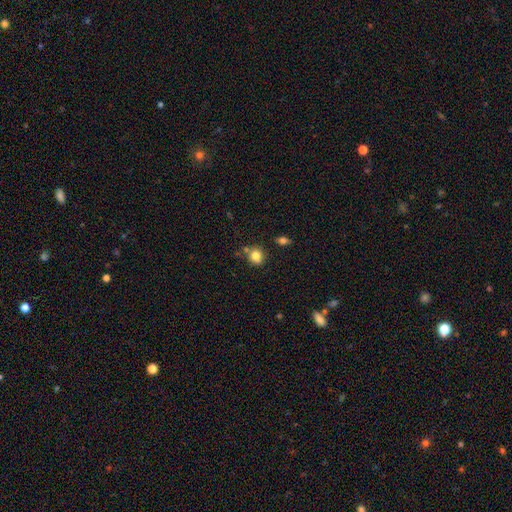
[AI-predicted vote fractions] smooth_or_featured: smooth (p=0.82) [alt: star or artifact p=0.11]
how_rounded: round (p=0.79) [alt: in between p=0.20]
merging: none (p=0.73) [alt: minor disturbance p=0.13]